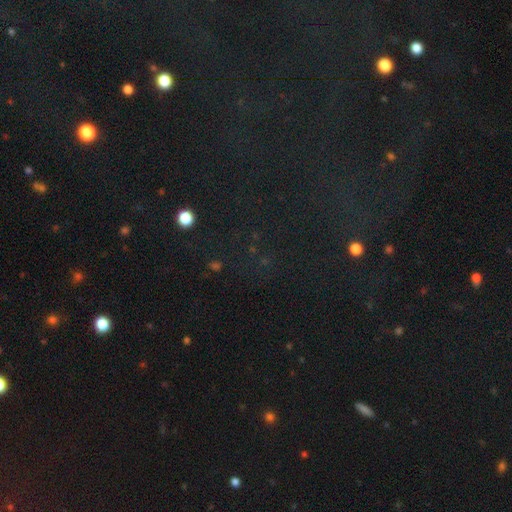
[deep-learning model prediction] smooth-or-featured: star or artifact: 76% | smooth: 15% | featured or disk: 9%